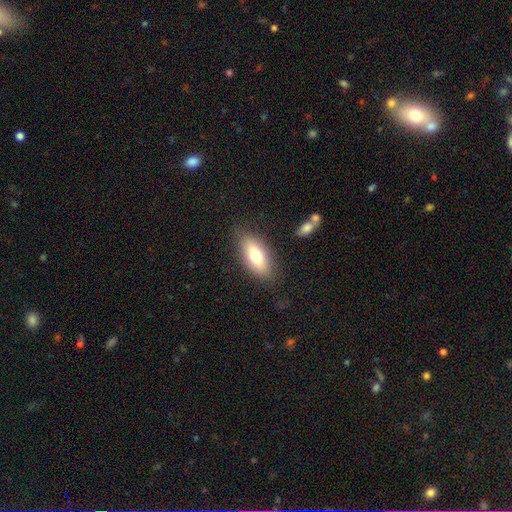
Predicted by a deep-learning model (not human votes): Smooth or featured?
  - smooth: 74% *
  - featured or disk: 19%
  - star or artifact: 7%
How rounded?
  - in between: 82% *
  - cigar-shaped: 15%
  - round: 3%
Merging?
  - none: 81% *
  - minor disturbance: 13%
  - major disturbance: 4%
  - merger: 2%